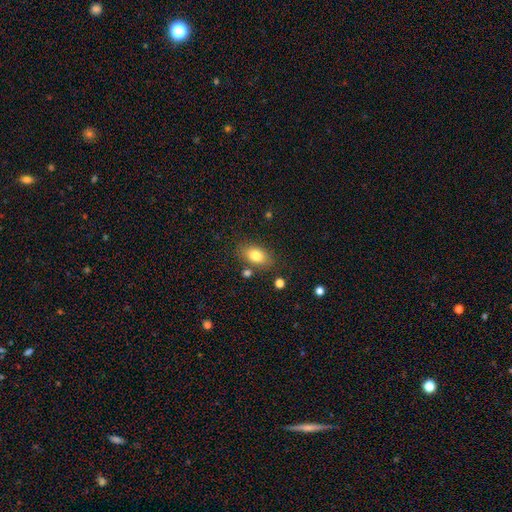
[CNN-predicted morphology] Overall: smooth (82%). How rounded: in between (85%). Merging: none (78%).